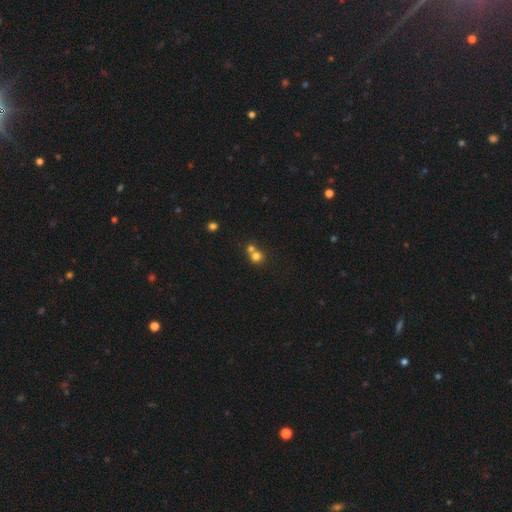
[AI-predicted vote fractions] This appears to be a smooth galaxy with no disk features (74%) that is round (86%). Merging: merger (49%).